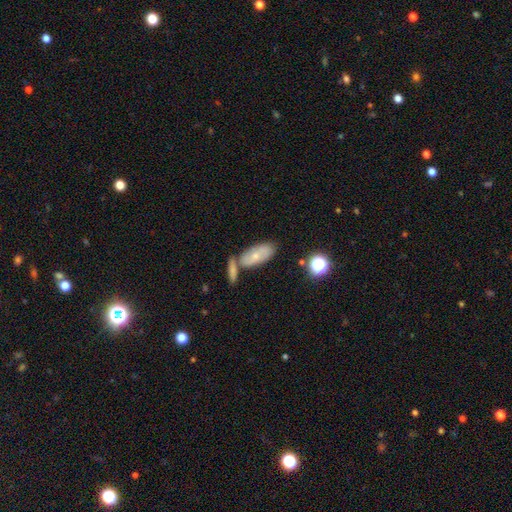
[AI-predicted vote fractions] Overall: smooth (58%; featured or disk 32%). How rounded: in between (83%). Merging: none (49%; merger 30%).